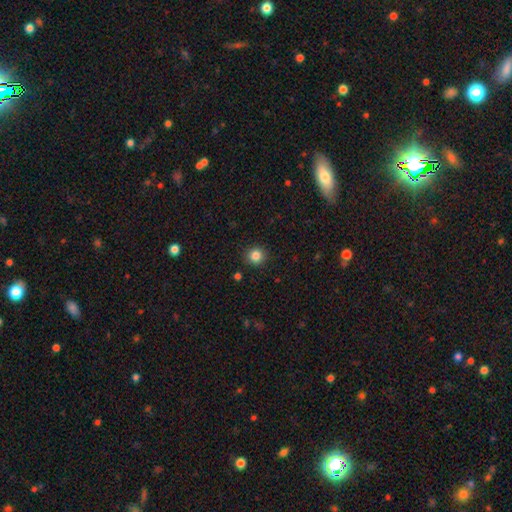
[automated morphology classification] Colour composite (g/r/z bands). It shows a smooth galaxy with no disk features (83%) that is round (92%). Merging: none (91%).